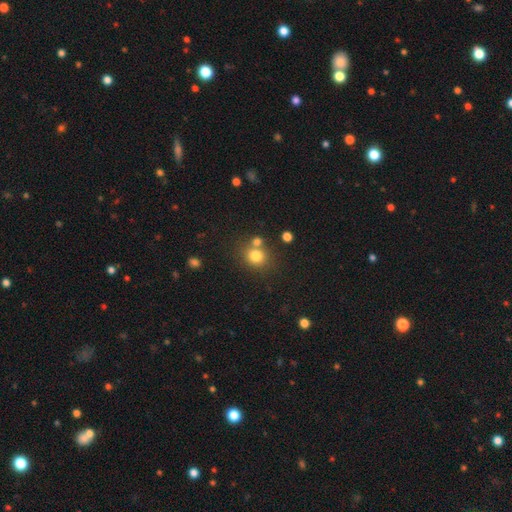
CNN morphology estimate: smooth_or_featured: smooth (p=0.79) [alt: star or artifact p=0.13]
how_rounded: round (p=0.79) [alt: in between p=0.20]
merging: none (p=0.63) [alt: merger p=0.24]